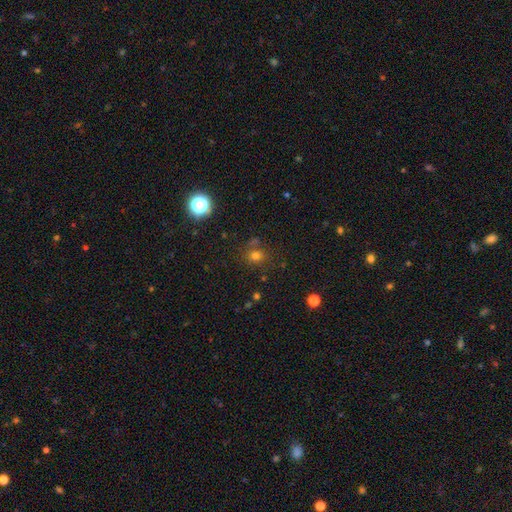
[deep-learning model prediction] This is likely a smooth galaxy (70%). How rounded: likely round (80%). Merging: likely none (73%).